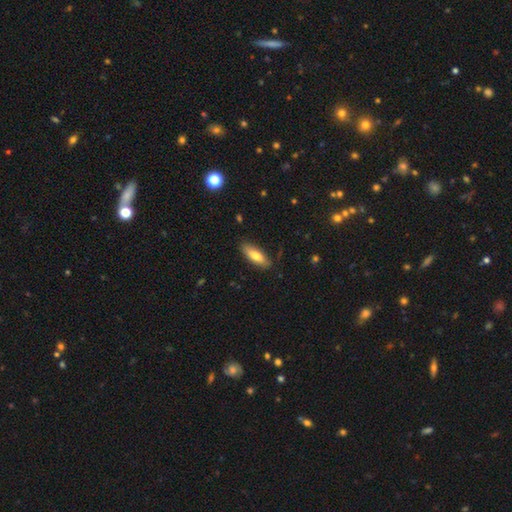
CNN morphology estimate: Smooth or featured? smooth (72%)
How rounded? in between (63%)
Merging? none (84%)